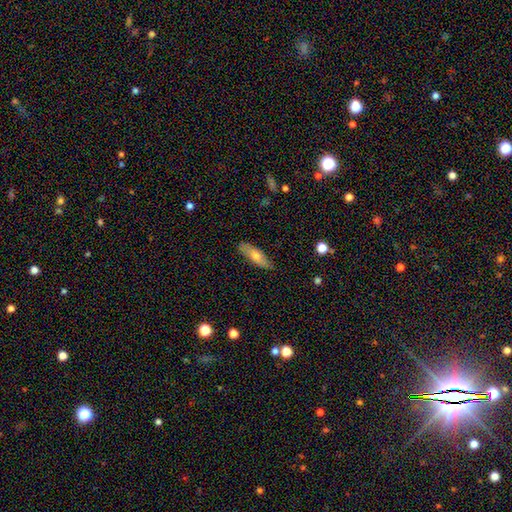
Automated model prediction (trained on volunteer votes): Smooth or featured? Predicted: smooth (p=0.61). How rounded? Predicted: cigar-shaped (p=0.53). Merging? Predicted: none (p=0.85).